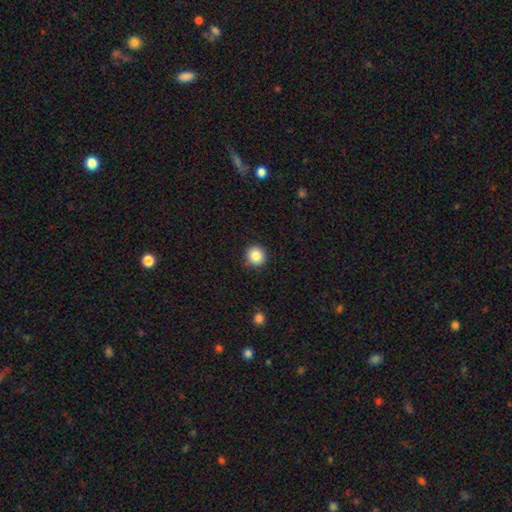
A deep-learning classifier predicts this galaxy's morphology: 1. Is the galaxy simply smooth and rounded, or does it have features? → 85% smooth, 10% star or artifact, 5% featured or disk.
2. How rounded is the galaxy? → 92% round, 7% in between, 1% cigar-shaped.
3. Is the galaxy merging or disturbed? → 89% none, 7% minor disturbance, 2% major disturbance, 1% merger.